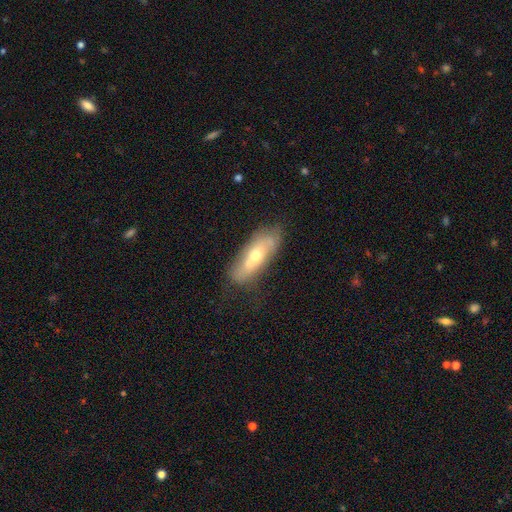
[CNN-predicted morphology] smooth_or_featured: featured or disk (p=0.49) [alt: smooth p=0.43]
merging: none (p=0.64) [alt: minor disturbance p=0.22]